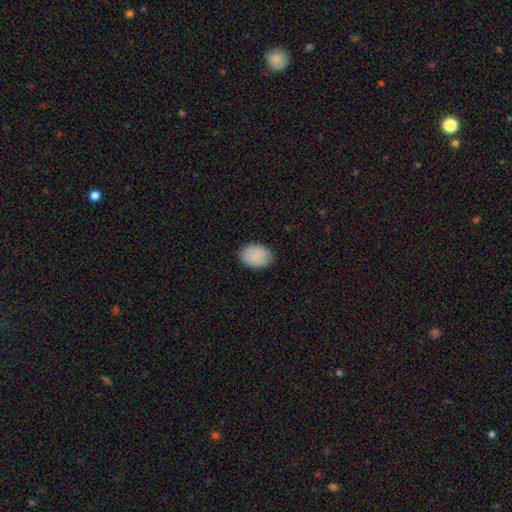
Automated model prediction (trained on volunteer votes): A smooth galaxy with no disk features (87%) that is in between round and cigar-shaped (79%).

Vote fractions:
- Smooth or featured? smooth: 87% / featured or disk: 7% / star or artifact: 7%
- How rounded? in between: 79% / round: 20% / cigar-shaped: 1%
- Merging? none: 85% / minor disturbance: 11% / major disturbance: 2% / merger: 1%